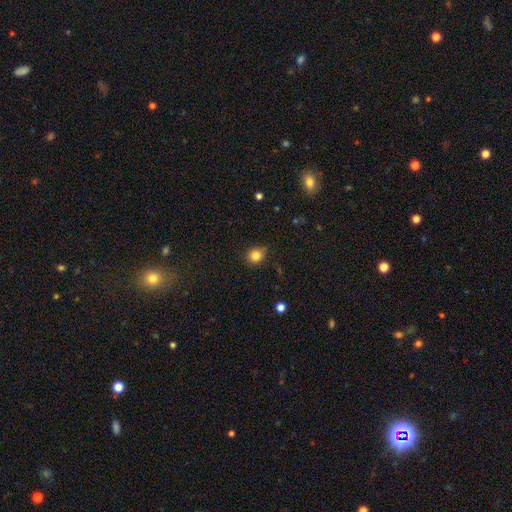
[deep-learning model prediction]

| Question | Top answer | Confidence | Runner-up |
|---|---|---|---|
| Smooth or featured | smooth | 83% | star or artifact (11%) |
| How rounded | round | 75% | in between (24%) |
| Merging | none | 80% | minor disturbance (16%) |